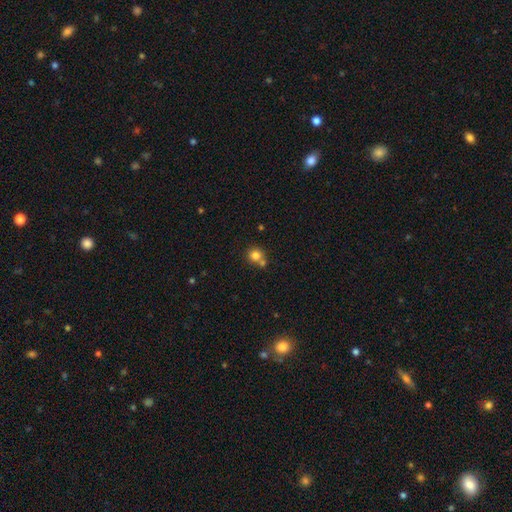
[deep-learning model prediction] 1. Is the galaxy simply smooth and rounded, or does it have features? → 81% smooth, 11% star or artifact, 8% featured or disk.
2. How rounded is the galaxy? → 90% round, 9% in between, 1% cigar-shaped.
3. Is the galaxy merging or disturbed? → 57% none, 31% merger, 9% minor disturbance, 3% major disturbance.